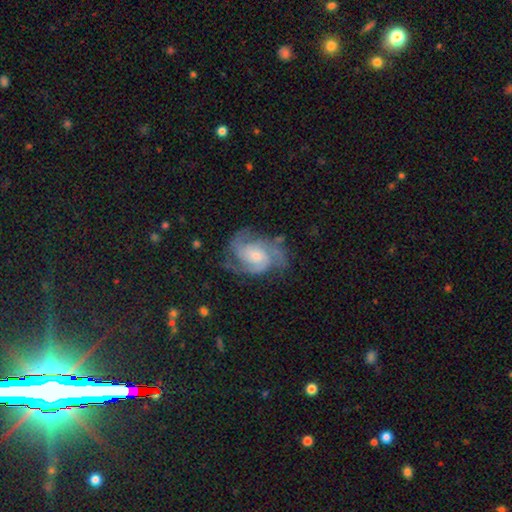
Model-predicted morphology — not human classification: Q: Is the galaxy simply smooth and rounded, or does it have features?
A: featured or disk — 88%.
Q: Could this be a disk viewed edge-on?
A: no — 98%.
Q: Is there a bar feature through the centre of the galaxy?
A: no — 58%.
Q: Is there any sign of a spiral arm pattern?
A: yes — 97%.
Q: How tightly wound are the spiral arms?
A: medium — 49%.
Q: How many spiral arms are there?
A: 3 — 46%.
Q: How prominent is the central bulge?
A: small — 51%.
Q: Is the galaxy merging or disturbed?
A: none — 68%.